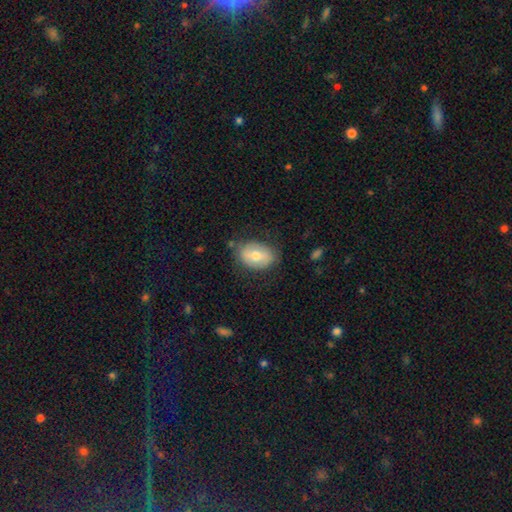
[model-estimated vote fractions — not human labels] This appears to be a smooth galaxy with no disk features (61%) that is in between round and cigar-shaped (78%). Merging: none (75%).